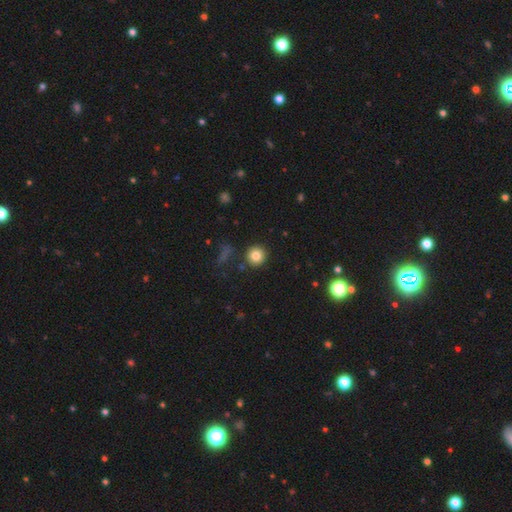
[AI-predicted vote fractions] Morphology: type=smooth (83%); roundness=round (93%); merging=none (88%).